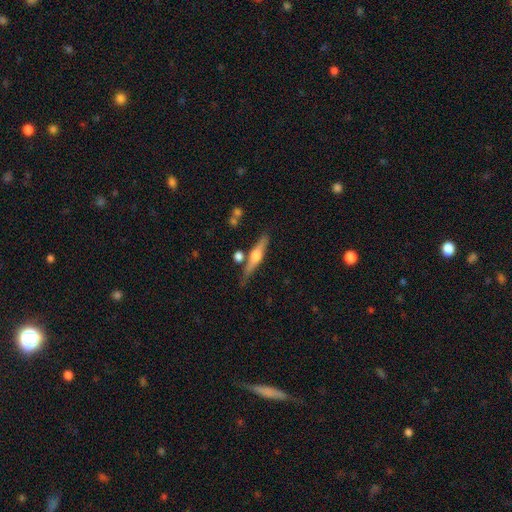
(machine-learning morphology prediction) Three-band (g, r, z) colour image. It shows a featured or disk galaxy (66%) viewed edge-on (96%) with a rounded central bulge (93%). Merging: none (76%).